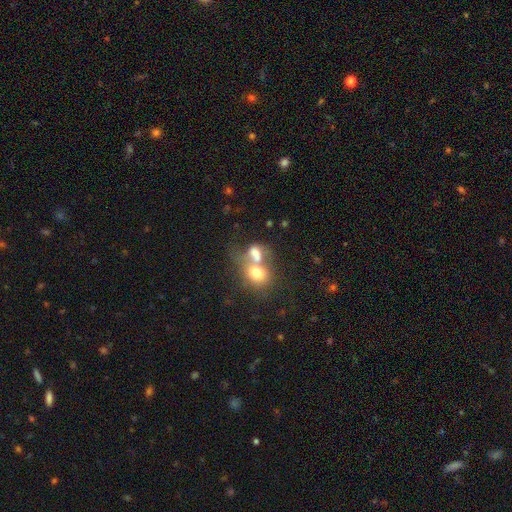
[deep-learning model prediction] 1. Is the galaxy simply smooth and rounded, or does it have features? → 66% smooth, 22% featured or disk, 12% star or artifact.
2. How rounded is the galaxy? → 53% round, 46% in between, 2% cigar-shaped.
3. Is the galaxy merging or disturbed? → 70% merger, 19% none, 6% minor disturbance, 5% major disturbance.